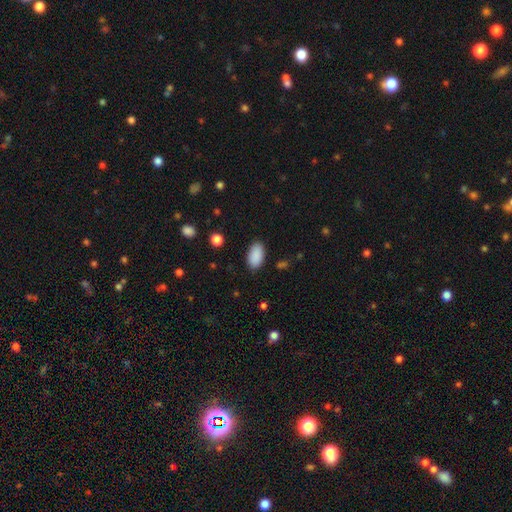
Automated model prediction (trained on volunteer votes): This is clearly a smooth galaxy (90%). How rounded: clearly in between (95%). Merging: clearly none (87%).